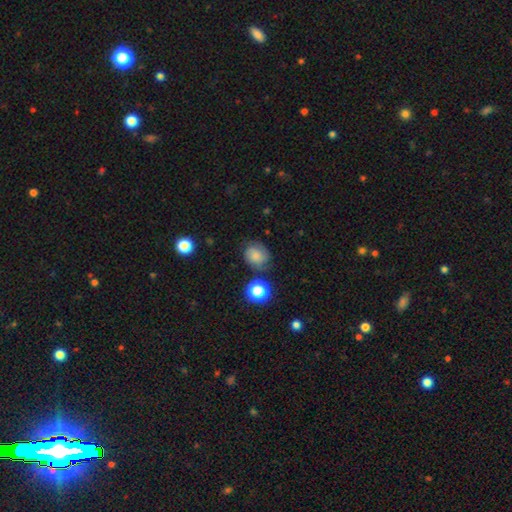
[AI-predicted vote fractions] Smooth or featured?
  - smooth: 55% *
  - featured or disk: 30%
  - star or artifact: 15%
How rounded?
  - round: 68% *
  - in between: 31%
  - cigar-shaped: 1%
Merging?
  - none: 68% *
  - minor disturbance: 20%
  - major disturbance: 7%
  - merger: 4%